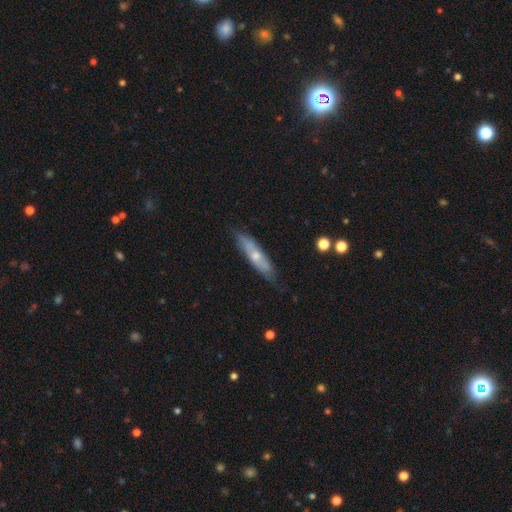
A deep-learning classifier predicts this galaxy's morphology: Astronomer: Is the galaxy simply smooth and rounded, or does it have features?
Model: featured or disk — 50% (runner-up: smooth, 44%).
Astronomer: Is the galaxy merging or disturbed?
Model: none — 72%.